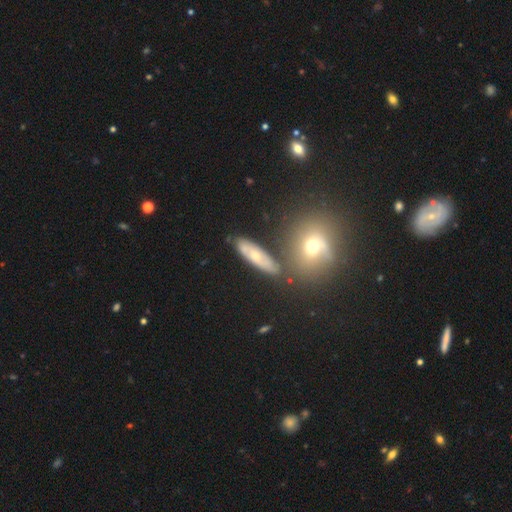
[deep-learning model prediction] This appears to be a featured or disk galaxy (48%). Merging: none (75%).